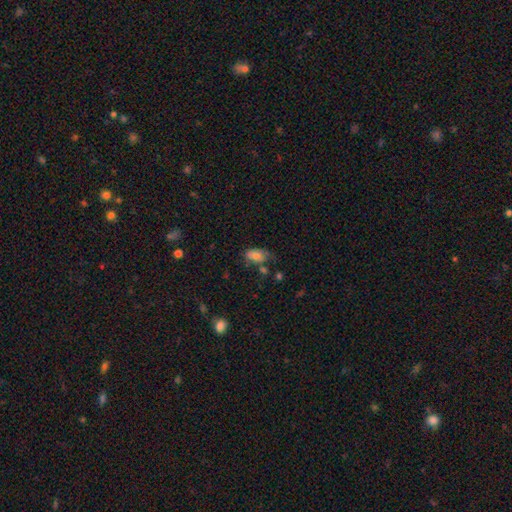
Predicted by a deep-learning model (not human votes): Q: Smooth or featured?
A: smooth (77%); runner-up: featured or disk (13%)
Q: How rounded?
A: in between (90%); runner-up: round (7%)
Q: Merging?
A: none (45%); runner-up: minor disturbance (31%)